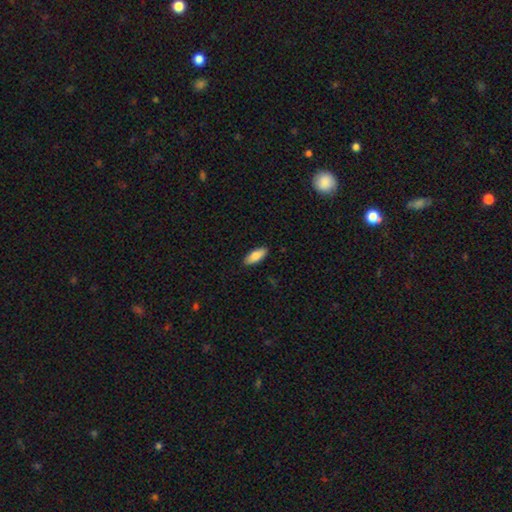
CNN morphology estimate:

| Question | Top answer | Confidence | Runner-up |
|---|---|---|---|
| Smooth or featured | smooth | 84% | featured or disk (10%) |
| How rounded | in between | 79% | cigar-shaped (19%) |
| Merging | none | 89% | minor disturbance (8%) |